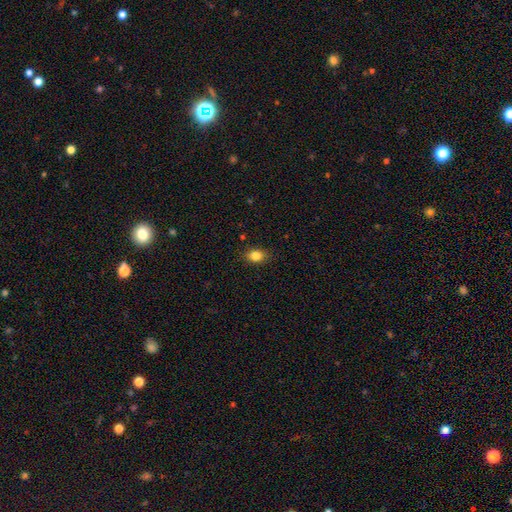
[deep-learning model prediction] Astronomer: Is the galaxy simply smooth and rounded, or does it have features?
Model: smooth — 84%.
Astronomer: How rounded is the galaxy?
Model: in between — 72%.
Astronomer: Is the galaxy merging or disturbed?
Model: none — 85%.